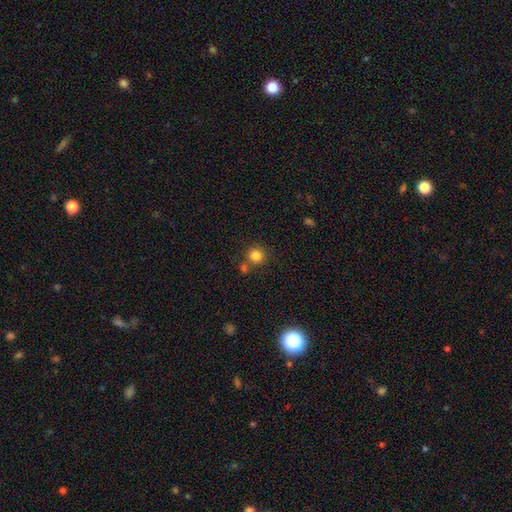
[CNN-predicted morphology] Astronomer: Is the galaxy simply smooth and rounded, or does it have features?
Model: smooth — 83%.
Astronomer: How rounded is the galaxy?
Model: round — 92%.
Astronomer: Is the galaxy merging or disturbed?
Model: none — 70%.